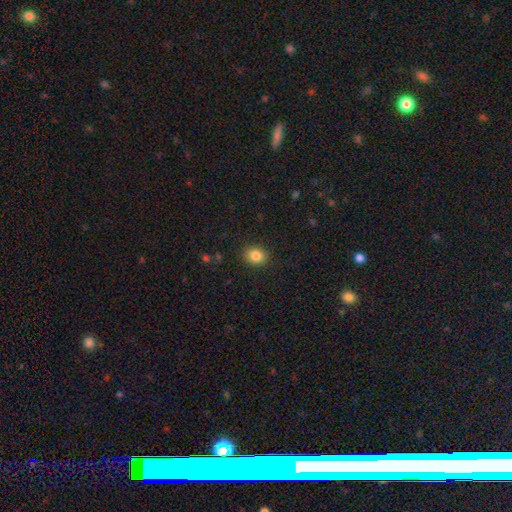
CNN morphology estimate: This appears to be a smooth galaxy with no disk features (85%) that is round (59%). Merging: none (89%).